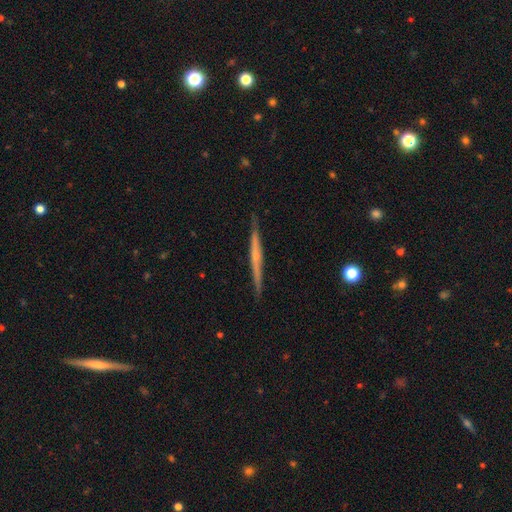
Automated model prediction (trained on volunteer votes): A featured or disk galaxy (72%) viewed edge-on (98%) with a rounded central bulge (50%). Merging: none (89%).